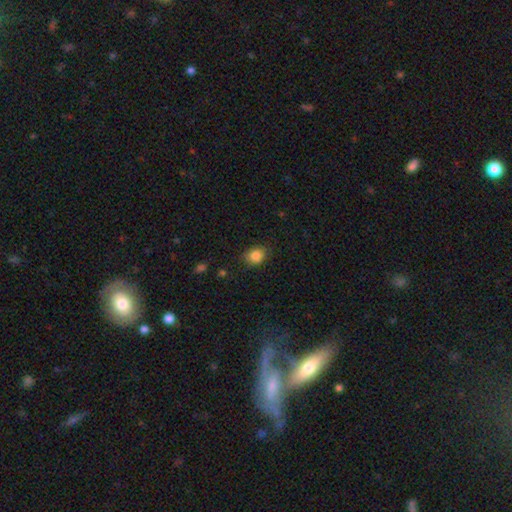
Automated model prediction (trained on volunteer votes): smooth_or_featured: smooth (p=0.85) [alt: star or artifact p=0.10]
how_rounded: in between (p=0.50) [alt: round p=0.49]
merging: none (p=0.79) [alt: minor disturbance p=0.16]